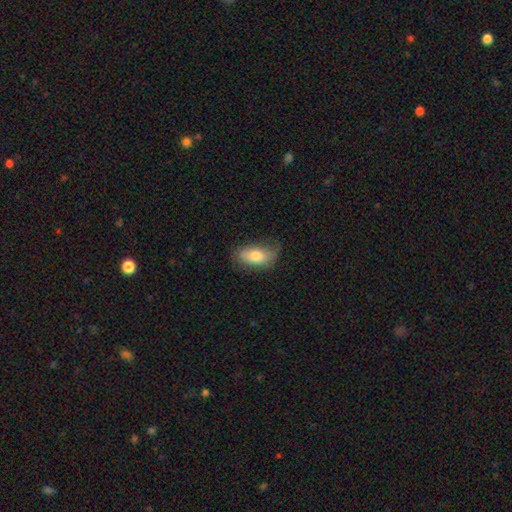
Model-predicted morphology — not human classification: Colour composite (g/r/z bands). It shows a smooth galaxy with no disk features (76%) that is in between round and cigar-shaped (89%). Merging: none (66%).